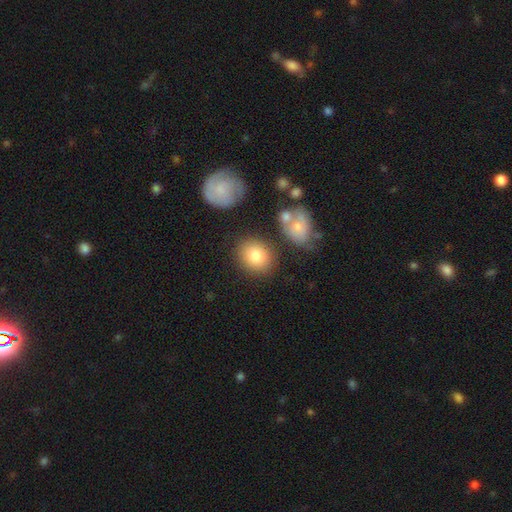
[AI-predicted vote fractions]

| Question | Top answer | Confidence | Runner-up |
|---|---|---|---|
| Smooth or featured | smooth | 83% | featured or disk (9%) |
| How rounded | round | 66% | in between (33%) |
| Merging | none | 78% | minor disturbance (11%) |